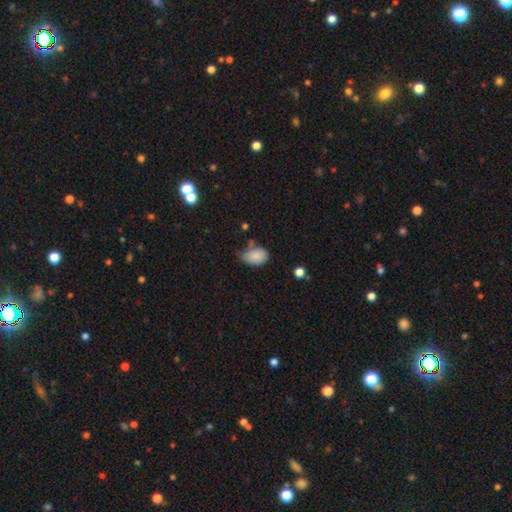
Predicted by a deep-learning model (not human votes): smooth_or_featured: smooth (p=0.86) [alt: star or artifact p=0.08]
how_rounded: in between (p=0.88) [alt: round p=0.11]
merging: none (p=0.50) [alt: minor disturbance p=0.35]